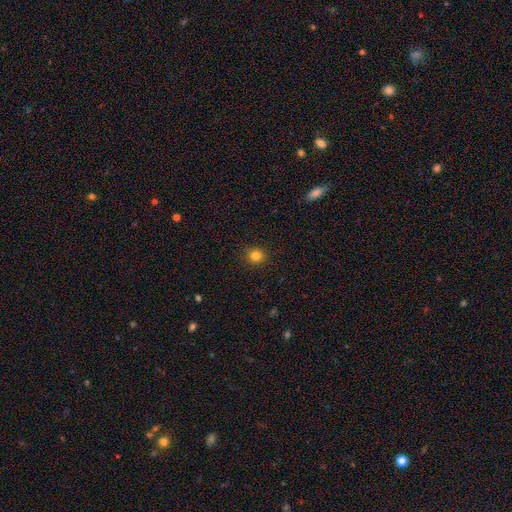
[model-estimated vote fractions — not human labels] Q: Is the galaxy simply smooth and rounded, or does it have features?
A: smooth — 82%.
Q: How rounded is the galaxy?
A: round — 89%.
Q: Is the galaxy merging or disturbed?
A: none — 92%.